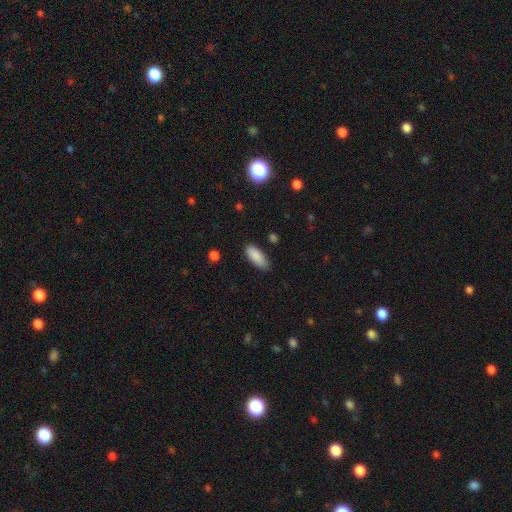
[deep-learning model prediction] Smooth or featured? Predicted: smooth (p=0.88). How rounded? Predicted: in between (p=0.80). Merging? Predicted: none (p=0.81).